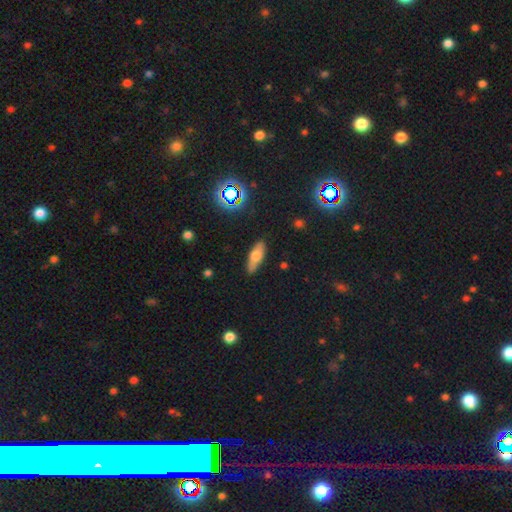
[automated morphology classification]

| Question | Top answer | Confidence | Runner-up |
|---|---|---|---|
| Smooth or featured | smooth | 62% | featured or disk (28%) |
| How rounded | in between | 62% | cigar-shaped (34%) |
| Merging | none | 85% | minor disturbance (11%) |